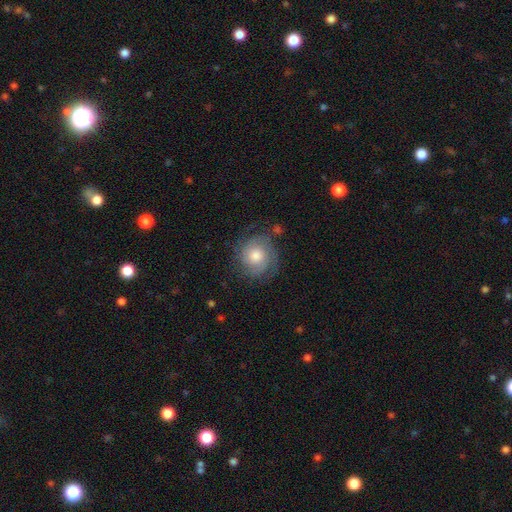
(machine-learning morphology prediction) Smooth or featured? featured or disk (58%)
Edge-on disk? no (97%)
Bar? no (79%)
Spiral arms? yes (89%)
Bulge size? moderate (59%)
Merging? none (72%)